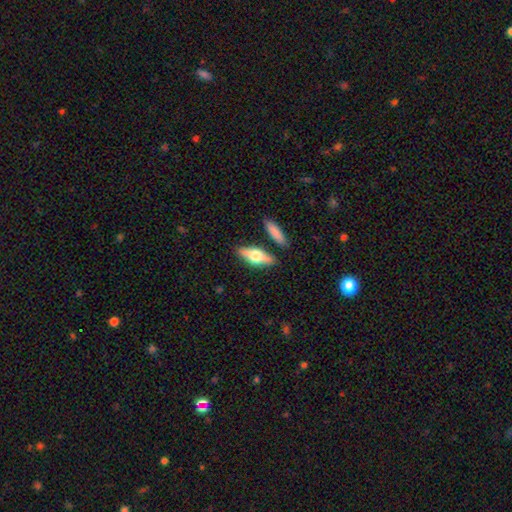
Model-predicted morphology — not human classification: This is possibly a smooth galaxy (54%). How rounded: possibly in between (59%). Merging: likely none (79%).